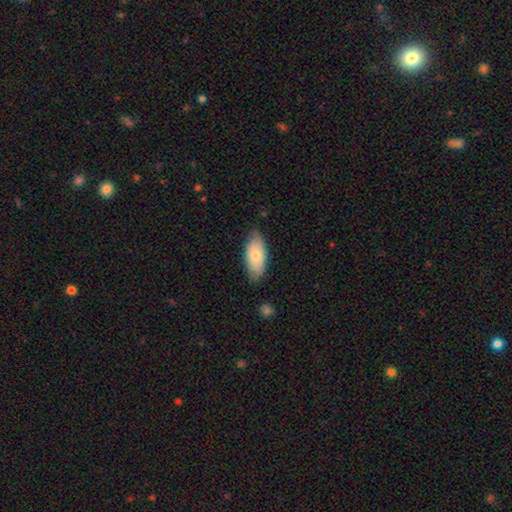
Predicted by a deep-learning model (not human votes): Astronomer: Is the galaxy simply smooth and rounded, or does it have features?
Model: smooth — 72%.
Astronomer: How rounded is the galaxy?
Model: in between — 89%.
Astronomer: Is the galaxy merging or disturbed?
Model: none — 74%.